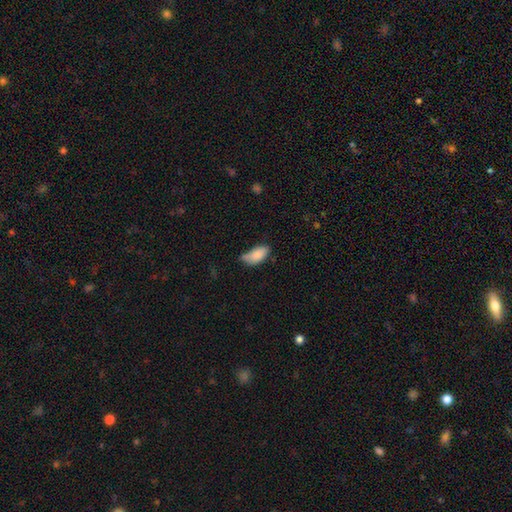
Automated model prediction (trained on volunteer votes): smooth-or-featured: smooth: 84% | featured or disk: 9% | star or artifact: 7%
  how-rounded: in between: 92% | cigar-shaped: 5% | round: 3%
  merging: none: 46% | minor disturbance: 38% | major disturbance: 9% | merger: 7%